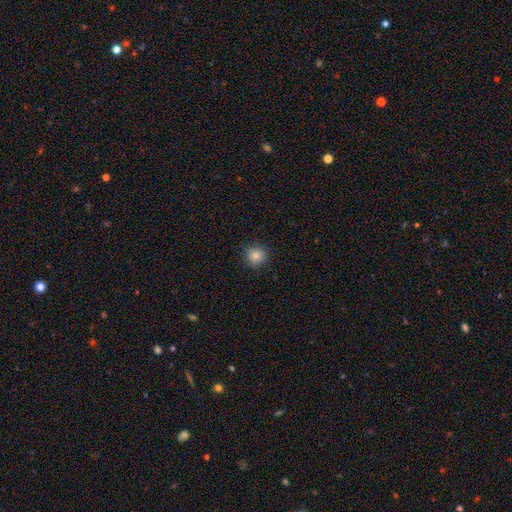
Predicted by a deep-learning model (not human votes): Overall: smooth (84%). How rounded: round (91%). Merging: none (88%).